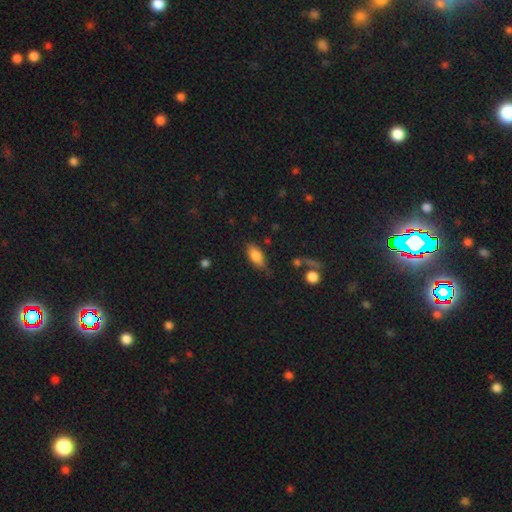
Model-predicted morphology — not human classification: Smooth or featured? Predicted: smooth (p=0.80). How rounded? Predicted: in between (p=0.84). Merging? Predicted: none (p=0.69).